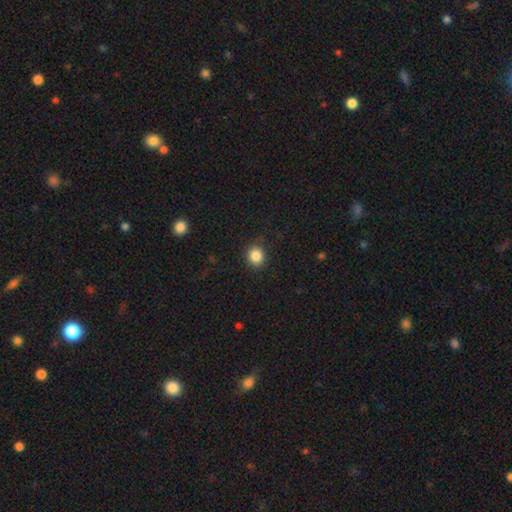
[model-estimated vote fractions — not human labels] Overall: smooth (86%). How rounded: round (79%). Merging: none (88%).